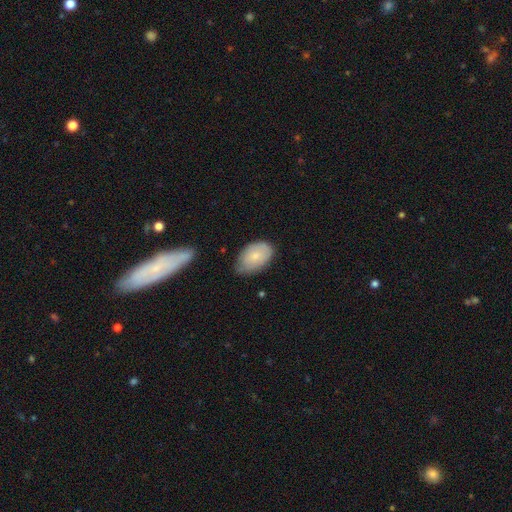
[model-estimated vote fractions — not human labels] A smooth galaxy with no disk features (74%) that is in between round and cigar-shaped (90%).

Vote fractions:
- Smooth or featured? smooth: 74% / featured or disk: 20% / star or artifact: 6%
- How rounded? in between: 90% / round: 9% / cigar-shaped: 1%
- Merging? none: 64% / minor disturbance: 29% / major disturbance: 5% / merger: 2%